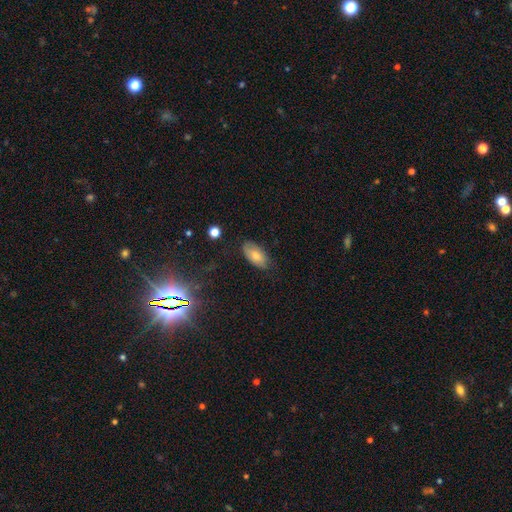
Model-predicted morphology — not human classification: This appears to be a smooth galaxy with no disk features (74%) that is in between round and cigar-shaped (93%). Merging: none (70%).